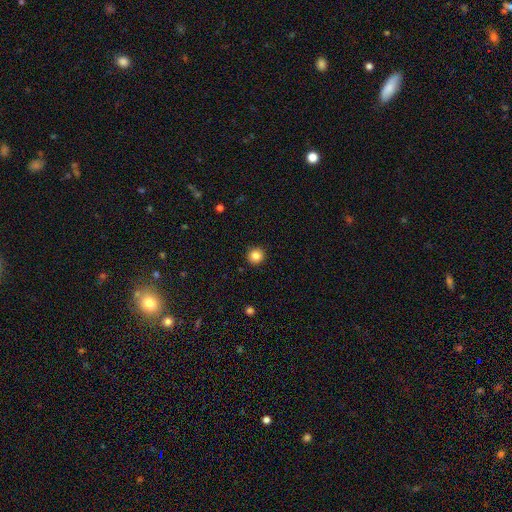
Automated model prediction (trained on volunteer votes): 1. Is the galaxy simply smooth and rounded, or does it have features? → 85% smooth, 11% star or artifact, 5% featured or disk.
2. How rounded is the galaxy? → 92% round, 7% in between, 1% cigar-shaped.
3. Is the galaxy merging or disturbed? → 92% none, 6% minor disturbance, 2% major disturbance, 1% merger.